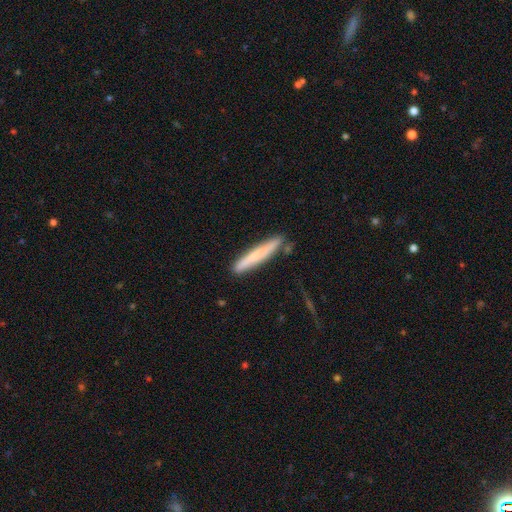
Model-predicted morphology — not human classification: Smooth or featured? Predicted: smooth (p=0.66). How rounded? Predicted: cigar-shaped (p=0.95). Merging? Predicted: none (p=0.82).